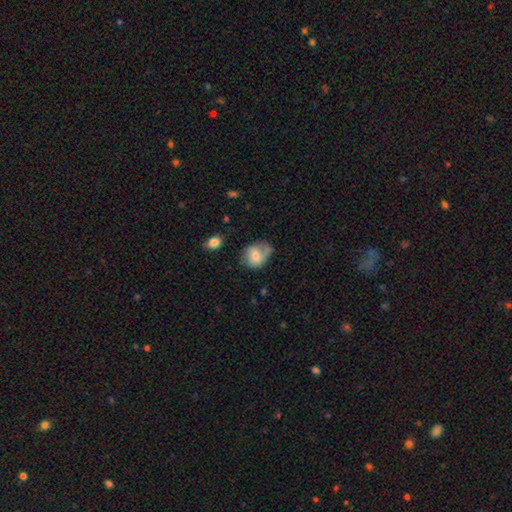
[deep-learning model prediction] Smooth or featured?
  - smooth: 52% *
  - featured or disk: 40%
  - star or artifact: 8%
How rounded?
  - in between: 53% *
  - round: 46%
  - cigar-shaped: 1%
Merging?
  - none: 47% *
  - minor disturbance: 32%
  - major disturbance: 18%
  - merger: 3%